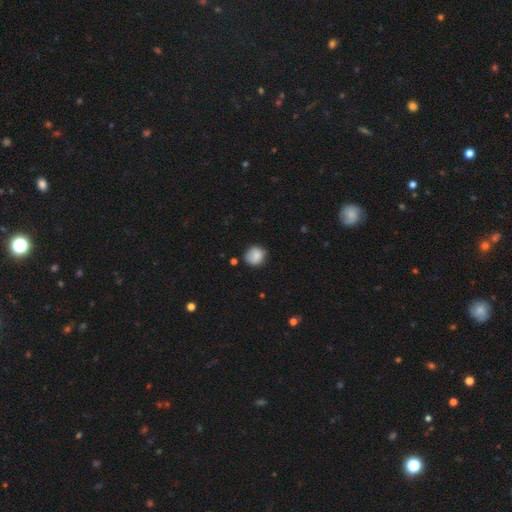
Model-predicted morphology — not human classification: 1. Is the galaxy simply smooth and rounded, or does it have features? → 84% smooth, 8% star or artifact, 8% featured or disk.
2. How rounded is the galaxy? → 83% round, 16% in between, 1% cigar-shaped.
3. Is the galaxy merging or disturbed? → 72% none, 21% minor disturbance, 4% major disturbance, 3% merger.